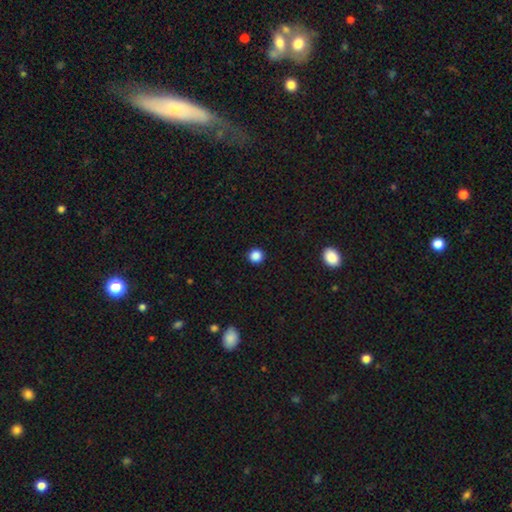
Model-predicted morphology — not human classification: smooth 86%, star or artifact 11%, featured or disk 3%. Down the decision tree: how rounded — round (95%); merging — none (93%).